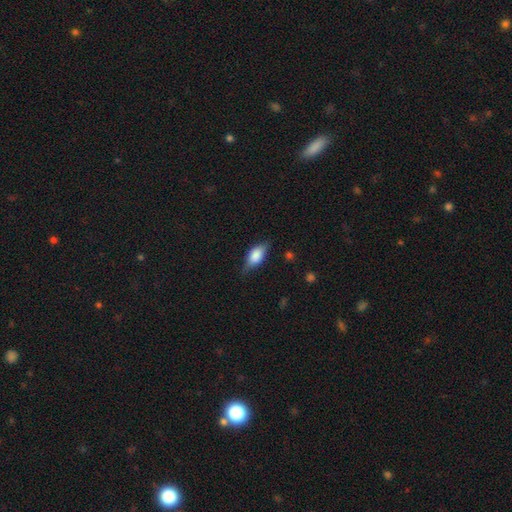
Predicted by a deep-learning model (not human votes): smooth 70%, featured or disk 22%, star or artifact 7%. Down the decision tree: how rounded — in between (84%); merging — none (71%).